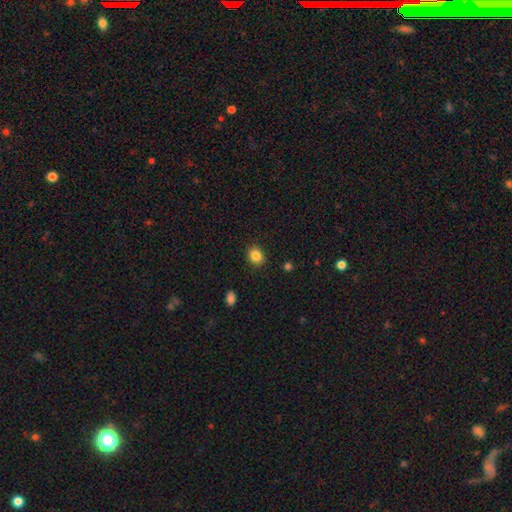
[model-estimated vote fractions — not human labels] smooth-or-featured: smooth: 85% | star or artifact: 10% | featured or disk: 5%
  how-rounded: round: 60% | in between: 39% | cigar-shaped: 1%
  merging: none: 89% | minor disturbance: 8% | major disturbance: 2% | merger: 1%